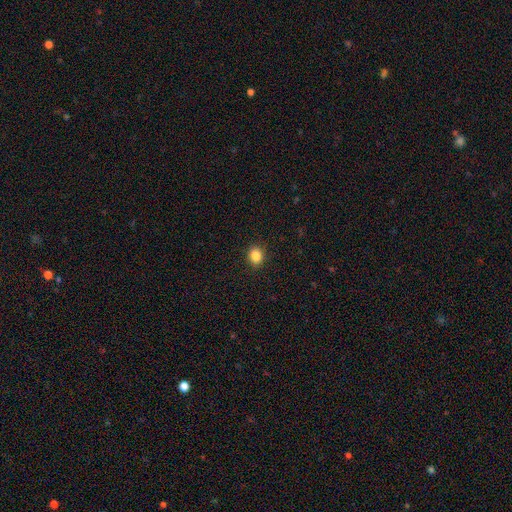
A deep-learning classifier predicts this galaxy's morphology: smooth 86%, star or artifact 10%, featured or disk 4%. Down the decision tree: how rounded — round (66%); merging — none (91%).